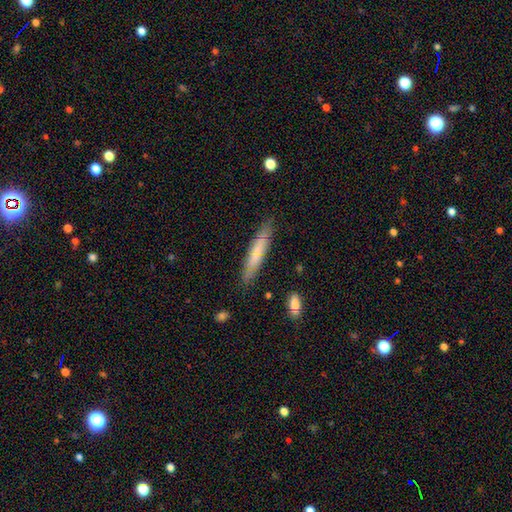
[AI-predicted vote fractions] Smooth or featured: smooth — 56% (featured or disk — 36%)
How rounded: cigar-shaped — 90% (in between — 8%)
Merging: none — 83% (minor disturbance — 12%)